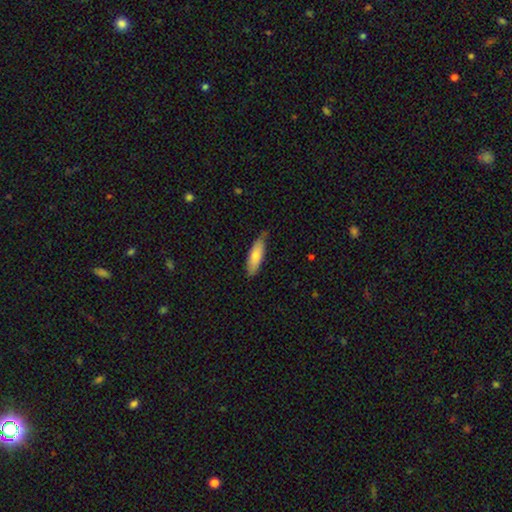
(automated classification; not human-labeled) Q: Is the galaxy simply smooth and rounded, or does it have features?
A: smooth — 78%.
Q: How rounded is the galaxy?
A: in between — 56%.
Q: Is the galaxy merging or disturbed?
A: none — 75%.